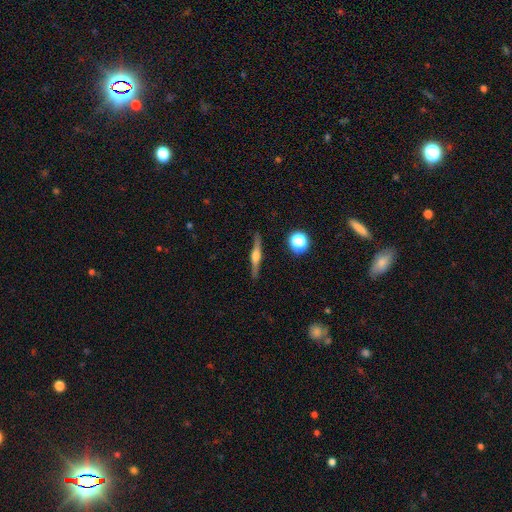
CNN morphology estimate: Q: Smooth or featured?
A: featured or disk (73%); runner-up: smooth (20%)
Q: Edge-on disk?
A: yes (97%); runner-up: no (3%)
Q: Edge-on bulge?
A: rounded (89%); runner-up: boxy (8%)
Q: Merging?
A: none (89%); runner-up: minor disturbance (8%)